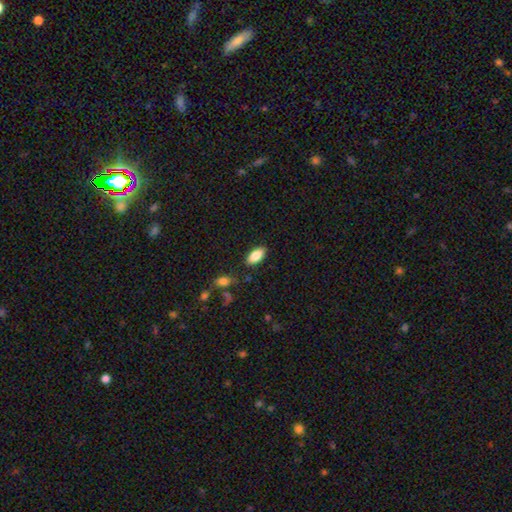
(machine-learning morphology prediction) type=smooth (86%); roundness=in between (92%); merging=none (86%).